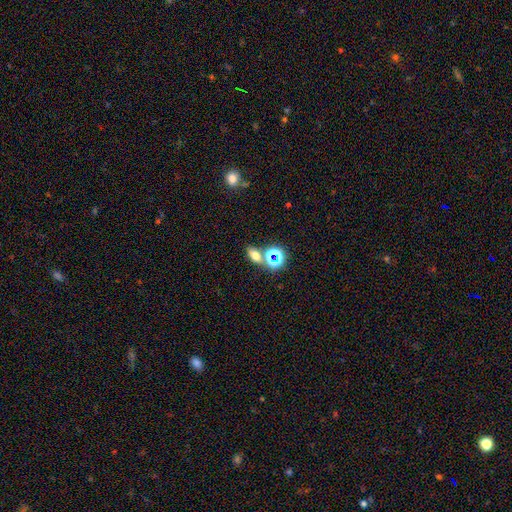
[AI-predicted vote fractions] Smooth or featured?
  - smooth: 60% *
  - star or artifact: 26%
  - featured or disk: 14%
How rounded?
  - in between: 74% *
  - round: 21%
  - cigar-shaped: 5%
Merging?
  - none: 66% *
  - merger: 21%
  - minor disturbance: 9%
  - major disturbance: 4%